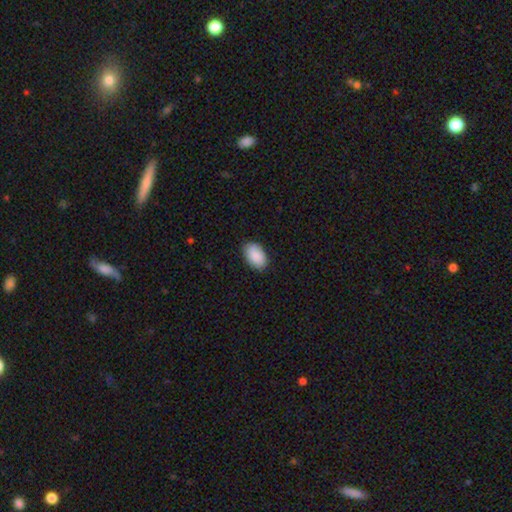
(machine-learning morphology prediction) A smooth galaxy with no disk features (89%) that is in between round and cigar-shaped (91%).

Vote fractions:
- Smooth or featured? smooth: 89% / star or artifact: 6% / featured or disk: 5%
- How rounded? in between: 91% / round: 7% / cigar-shaped: 1%
- Merging? none: 85% / minor disturbance: 12% / major disturbance: 2% / merger: 1%